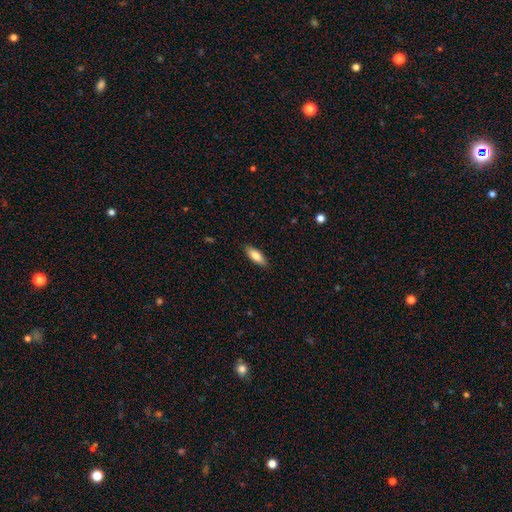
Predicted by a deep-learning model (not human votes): Smooth or featured? smooth (82%)
How rounded? in between (70%)
Merging? none (88%)